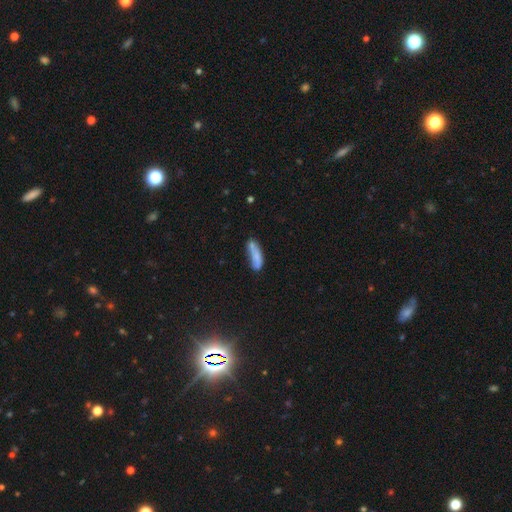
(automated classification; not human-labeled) Smooth or featured: smooth — 76% (featured or disk — 17%)
How rounded: cigar-shaped — 63% (in between — 35%)
Merging: none — 52% (minor disturbance — 28%)